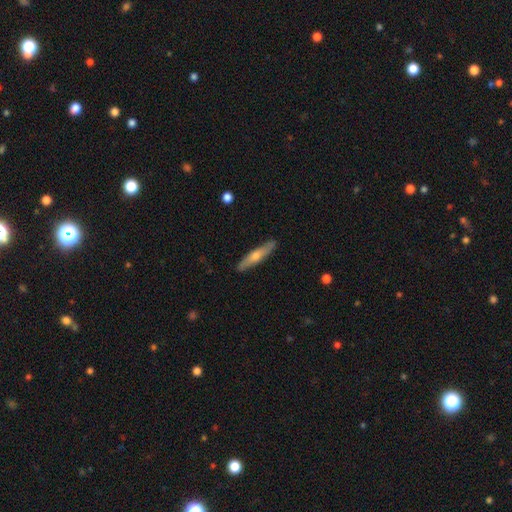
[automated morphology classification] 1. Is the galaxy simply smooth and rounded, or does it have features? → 48% smooth, 46% featured or disk, 6% star or artifact.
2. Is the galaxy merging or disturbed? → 89% none, 8% minor disturbance, 1% major disturbance, 1% merger.